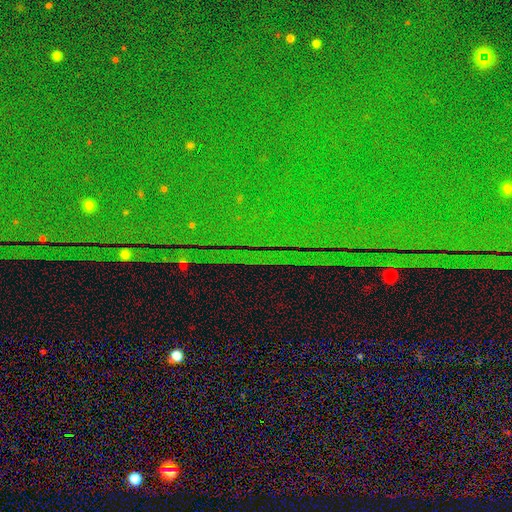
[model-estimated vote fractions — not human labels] The model was most divided on "smooth or featured": star or artifact: 88%, featured or disk: 6%, smooth: 6%.